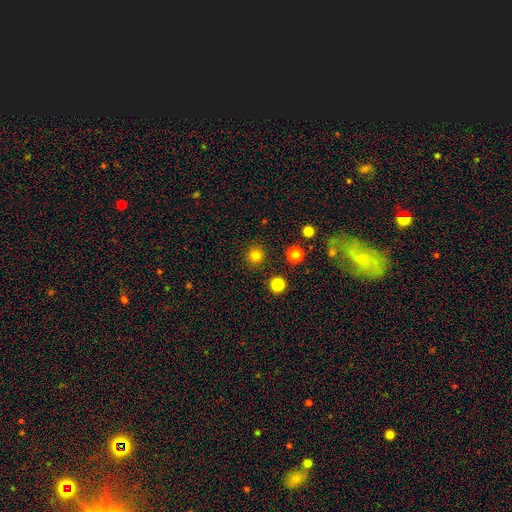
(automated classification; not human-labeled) Smooth or featured? Predicted: smooth (p=0.81). How rounded? Predicted: round (p=0.95). Merging? Predicted: none (p=0.91).